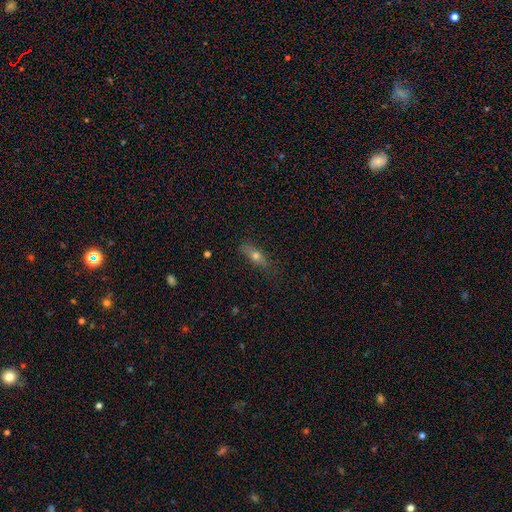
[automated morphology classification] Smooth or featured? Predicted: smooth (p=0.61). How rounded? Predicted: cigar-shaped (p=0.48). Merging? Predicted: none (p=0.79).